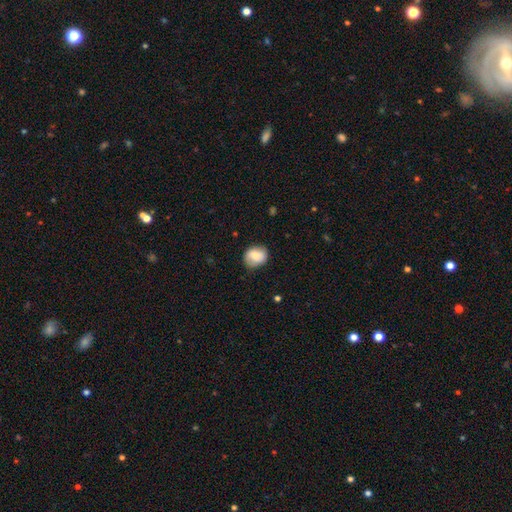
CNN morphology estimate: smooth 73%, featured or disk 19%, star or artifact 8%. Down the decision tree: how rounded — round (65%); merging — none (78%).